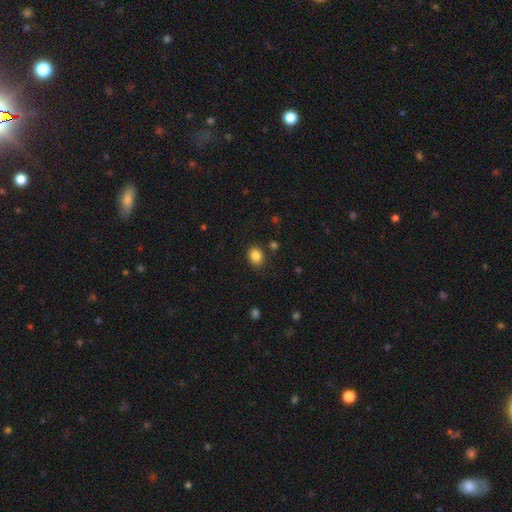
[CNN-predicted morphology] Smooth or featured? Predicted: smooth (p=0.85). How rounded? Predicted: round (p=0.51). Merging? Predicted: none (p=0.84).